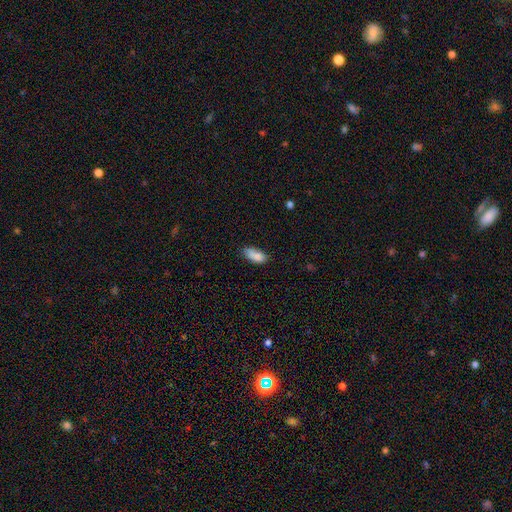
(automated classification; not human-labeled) smooth_or_featured: smooth (p=0.84) [alt: featured or disk p=0.08]
how_rounded: in between (p=0.87) [alt: cigar-shaped p=0.10]
merging: none (p=0.60) [alt: minor disturbance p=0.29]